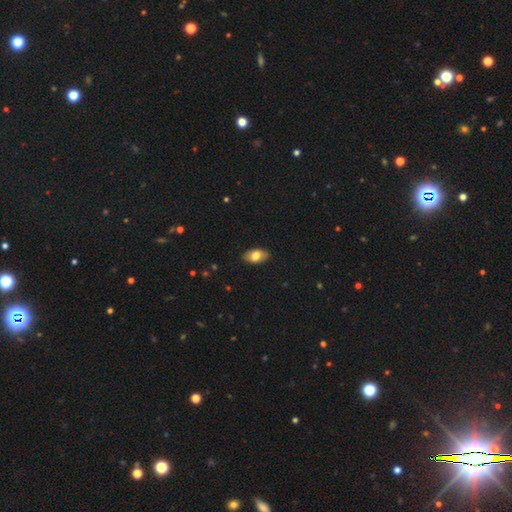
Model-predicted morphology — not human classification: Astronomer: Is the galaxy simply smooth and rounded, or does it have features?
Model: smooth — 77%.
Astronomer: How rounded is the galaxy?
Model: in between — 93%.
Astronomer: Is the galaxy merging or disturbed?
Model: none — 87%.